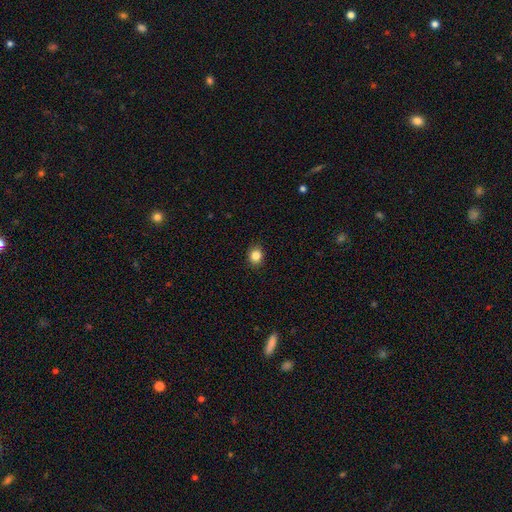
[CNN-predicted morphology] type=smooth (84%); roundness=round (70%); merging=none (89%).